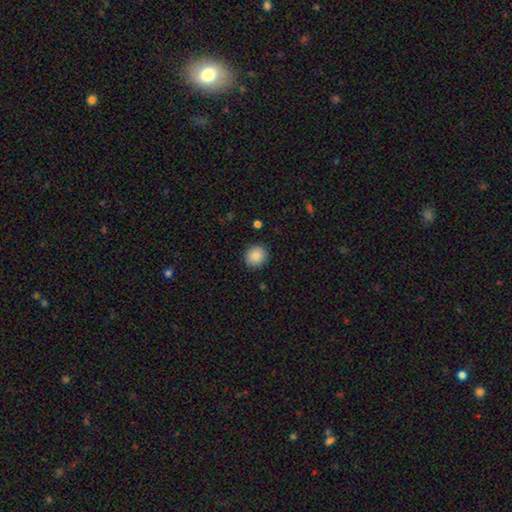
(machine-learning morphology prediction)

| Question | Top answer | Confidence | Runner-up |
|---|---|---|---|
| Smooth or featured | smooth | 88% | star or artifact (8%) |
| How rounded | round | 86% | in between (13%) |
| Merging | none | 90% | minor disturbance (7%) |